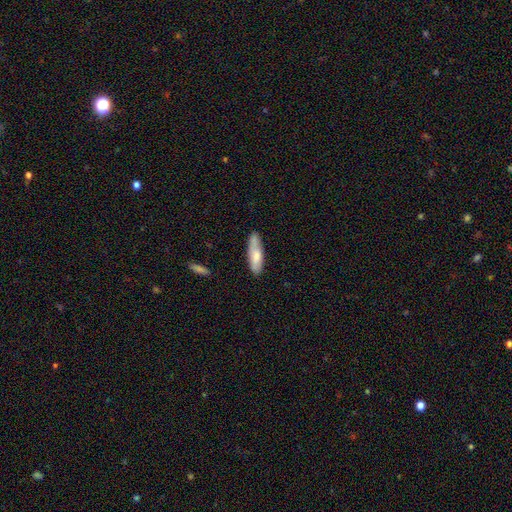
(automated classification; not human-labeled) Smooth or featured: smooth — 73% (featured or disk — 21%)
How rounded: cigar-shaped — 56% (in between — 43%)
Merging: none — 73% (minor disturbance — 20%)